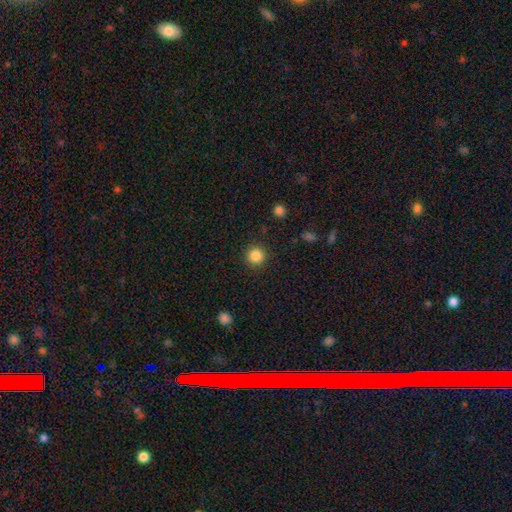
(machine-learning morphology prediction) Smooth or featured? Predicted: smooth (p=0.85). How rounded? Predicted: round (p=0.95). Merging? Predicted: none (p=0.91).